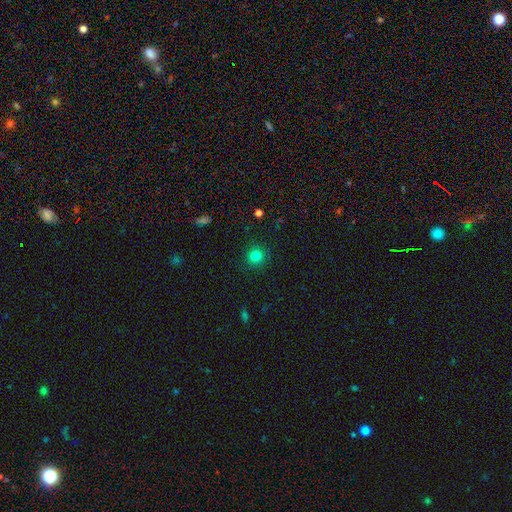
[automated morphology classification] This is clearly a smooth galaxy (80%). How rounded: clearly round (93%). Merging: clearly none (91%).